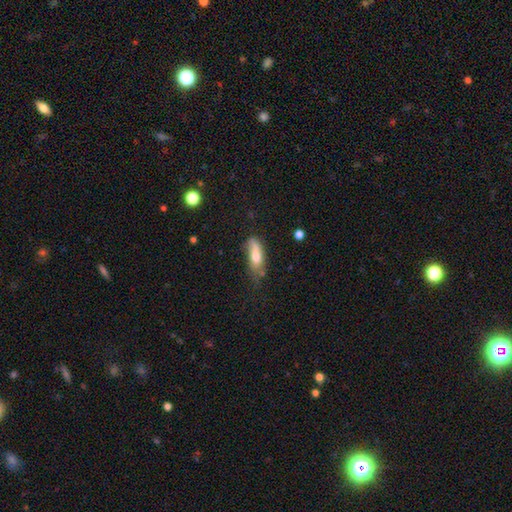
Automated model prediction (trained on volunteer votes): Smooth or featured: smooth — 67% (featured or disk — 25%)
How rounded: in between — 63% (cigar-shaped — 34%)
Merging: none — 45% (minor disturbance — 35%)